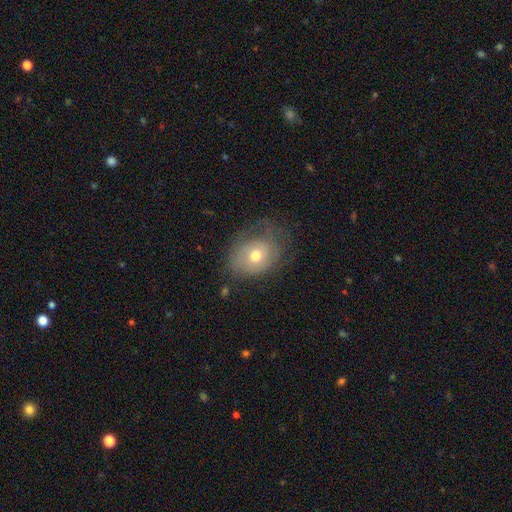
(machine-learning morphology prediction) smooth 60%, featured or disk 30%, star or artifact 10%. Down the decision tree: how rounded — in between (50%); merging — none (52%).